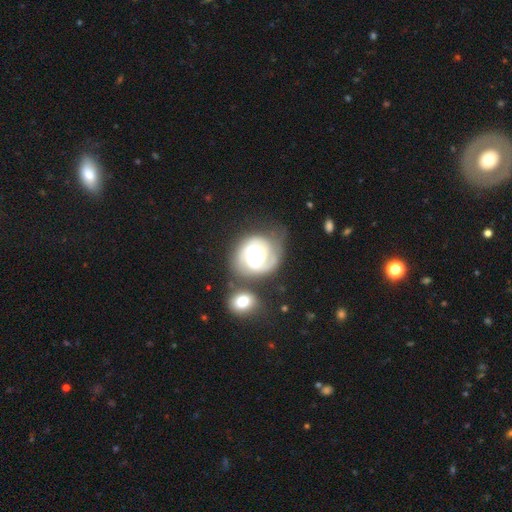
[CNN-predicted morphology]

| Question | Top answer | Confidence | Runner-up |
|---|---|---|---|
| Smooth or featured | featured or disk | 83% | smooth (11%) |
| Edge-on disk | no | 98% | yes (2%) |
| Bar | no | 55% | weak (34%) |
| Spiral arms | yes | 97% | no (3%) |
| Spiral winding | tight | 55% | medium (37%) |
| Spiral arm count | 2 | 65% | 3 (16%) |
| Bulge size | moderate | 37% | large (35%) |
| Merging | none | 55% | minor disturbance (19%) |